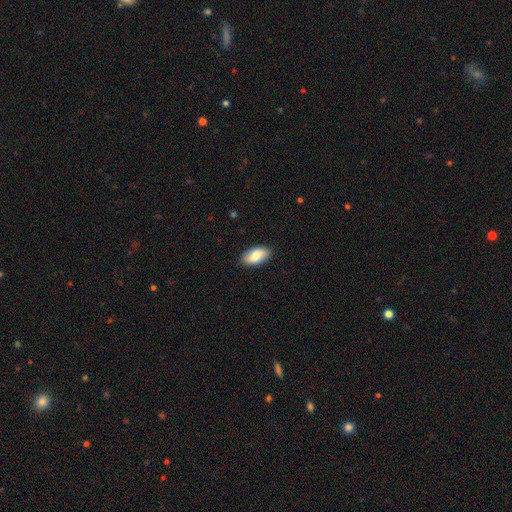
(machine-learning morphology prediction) smooth 76%, featured or disk 18%, star or artifact 6%. Down the decision tree: how rounded — in between (93%); merging — none (87%).